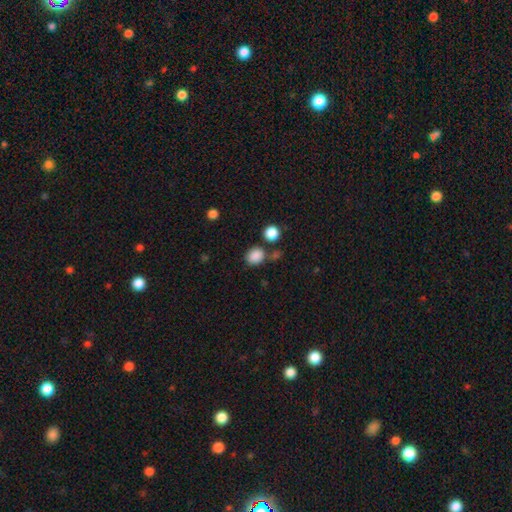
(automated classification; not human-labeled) A smooth galaxy with no disk features (86%) that is round (58%).

Vote fractions:
- Smooth or featured? smooth: 86% / star or artifact: 10% / featured or disk: 4%
- How rounded? round: 58% / in between: 41% / cigar-shaped: 1%
- Merging? none: 69% / merger: 14% / minor disturbance: 13% / major disturbance: 4%